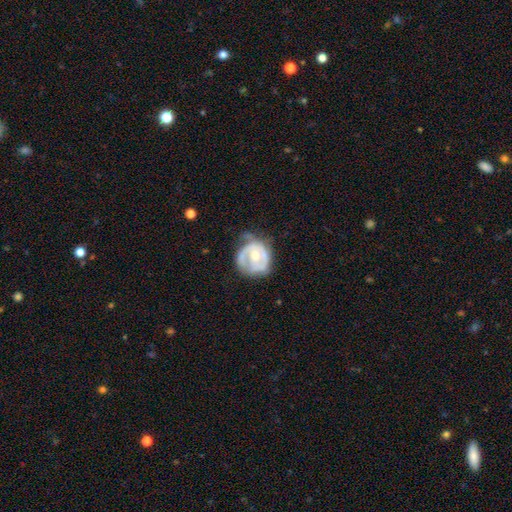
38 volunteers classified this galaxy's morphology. smooth-or-featured: featured or disk: 58% | smooth: 32% | star or artifact: 11%
  disk-edge-on: no: 100% | yes: 0%
    bar: no: 82% | strong: 9% | weak: 9%
    has-spiral-arms: no: 68% | yes: 32%
    bulge-size: moderate: 45% (tied) | small: 45% (tied) | dominant: 5% | large: 5% | none: 0%
  merging: minor disturbance: 44% | major disturbance: 26% | none: 24% | merger: 6%